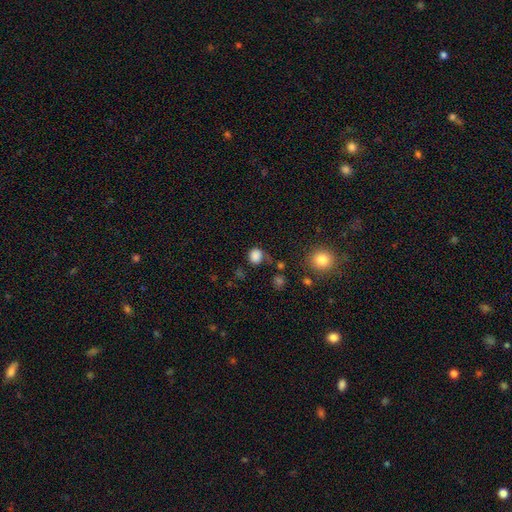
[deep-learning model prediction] The model was most divided on "merging": none: 53%, minor disturbance: 25%, major disturbance: 16%, merger: 6%. More confident: smooth or featured — smooth (82%); how rounded — round (77%).